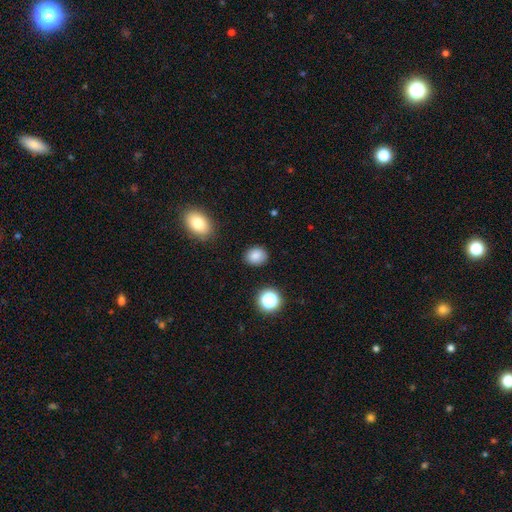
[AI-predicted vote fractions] This is clearly a smooth galaxy (84%). How rounded: possibly round (60%). Merging: clearly none (87%).